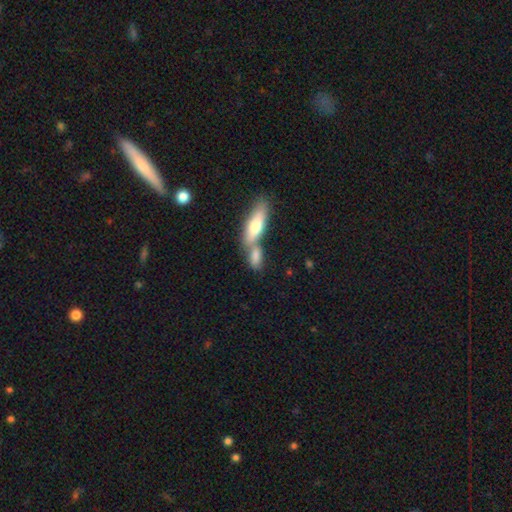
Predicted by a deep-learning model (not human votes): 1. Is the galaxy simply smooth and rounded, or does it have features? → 75% smooth, 18% featured or disk, 7% star or artifact.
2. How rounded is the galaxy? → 68% in between, 27% cigar-shaped, 5% round.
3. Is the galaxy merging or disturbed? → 52% merger, 36% none, 9% minor disturbance, 4% major disturbance.